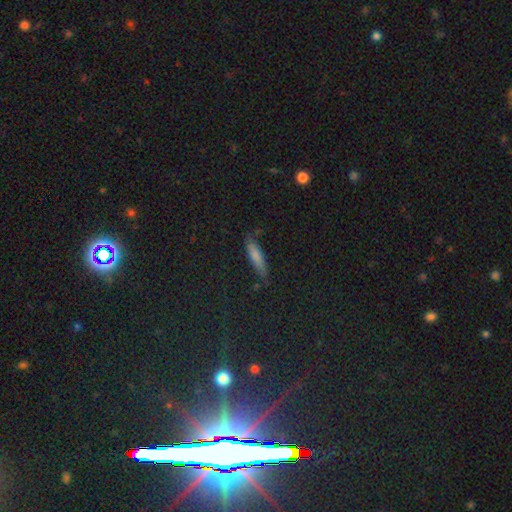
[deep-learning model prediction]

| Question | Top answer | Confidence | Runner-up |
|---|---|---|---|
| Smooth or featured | smooth | 75% | featured or disk (15%) |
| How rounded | cigar-shaped | 68% | in between (29%) |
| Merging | none | 74% | minor disturbance (20%) |